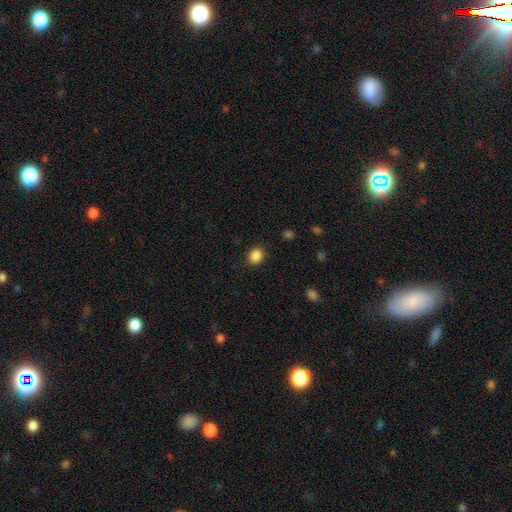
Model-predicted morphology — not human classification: Smooth or featured: smooth — 87% (star or artifact — 10%)
How rounded: round — 62% (in between — 37%)
Merging: none — 88% (minor disturbance — 9%)